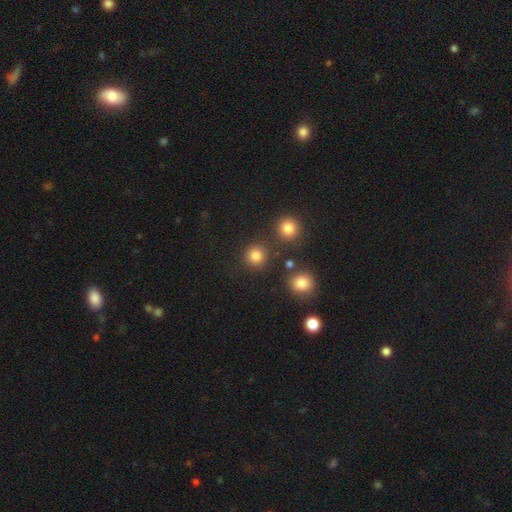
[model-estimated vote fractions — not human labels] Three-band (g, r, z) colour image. It shows a smooth galaxy with no disk features (83%) that is round (92%). Merging: none (85%).